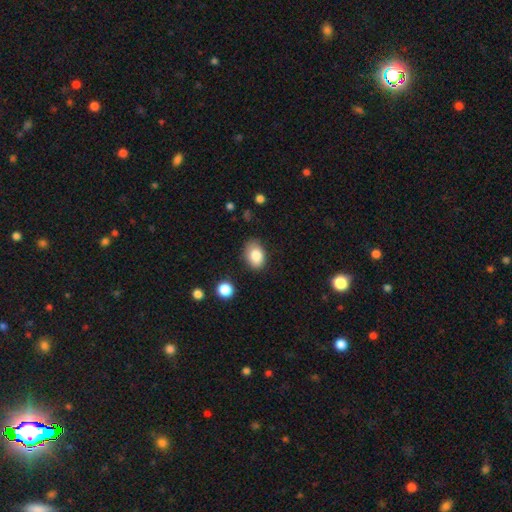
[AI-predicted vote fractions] The model was most divided on "merging": none: 77%, minor disturbance: 18%, major disturbance: 4%, merger: 2%. More confident: smooth or featured — smooth (85%); how rounded — in between (83%).